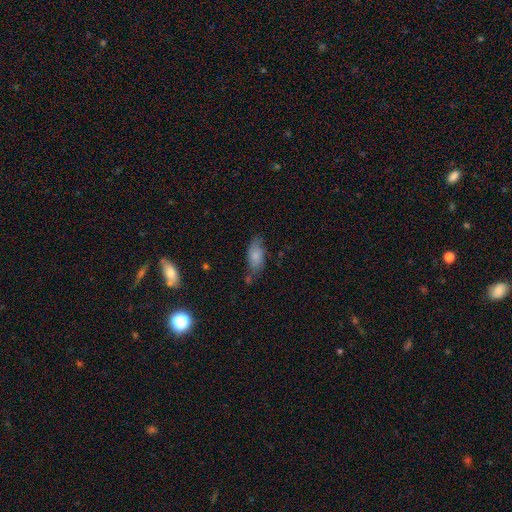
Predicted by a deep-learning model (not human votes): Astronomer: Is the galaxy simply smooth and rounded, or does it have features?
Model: smooth — 75%.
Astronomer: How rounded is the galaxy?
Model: in between — 86%.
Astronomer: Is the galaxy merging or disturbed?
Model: none — 57%.